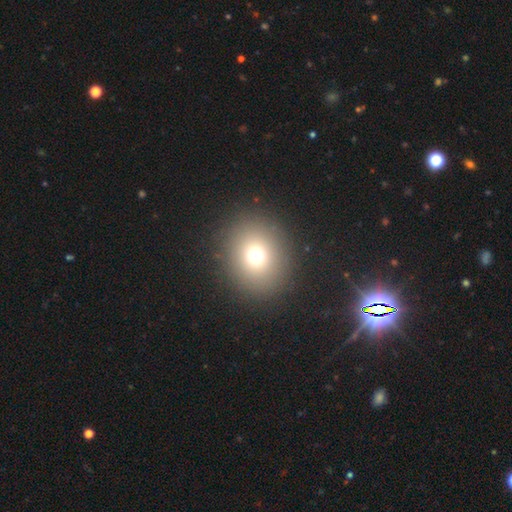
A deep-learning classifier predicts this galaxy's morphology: A smooth galaxy with no disk features (71%) that is round (76%). Merging: none (89%).